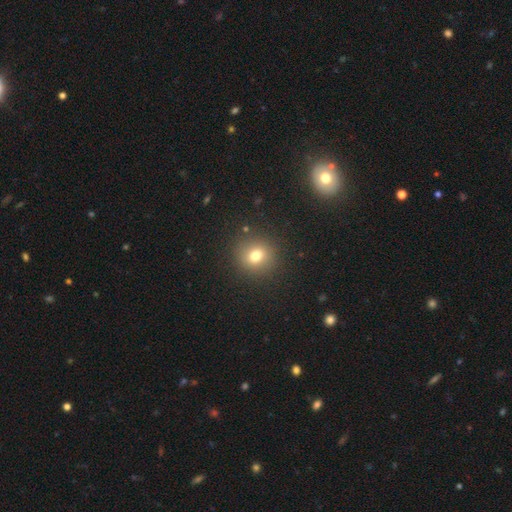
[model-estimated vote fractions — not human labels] A smooth galaxy with no disk features (75%) that is round (89%). Merging: none (89%).